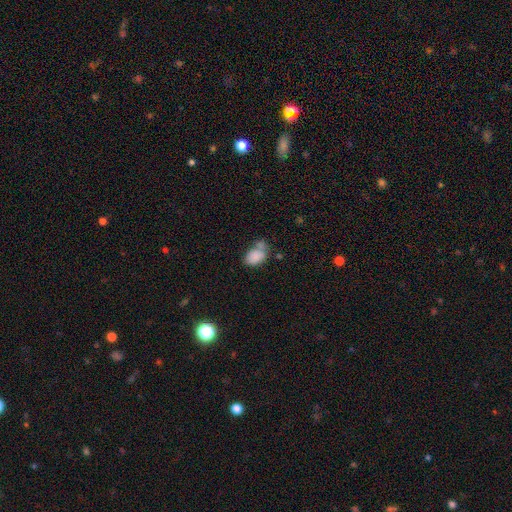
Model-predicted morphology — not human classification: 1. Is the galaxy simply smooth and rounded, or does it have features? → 82% smooth, 9% star or artifact, 9% featured or disk.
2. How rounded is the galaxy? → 83% in between, 16% round, 1% cigar-shaped.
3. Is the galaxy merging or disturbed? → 42% none, 29% merger, 21% minor disturbance, 9% major disturbance.